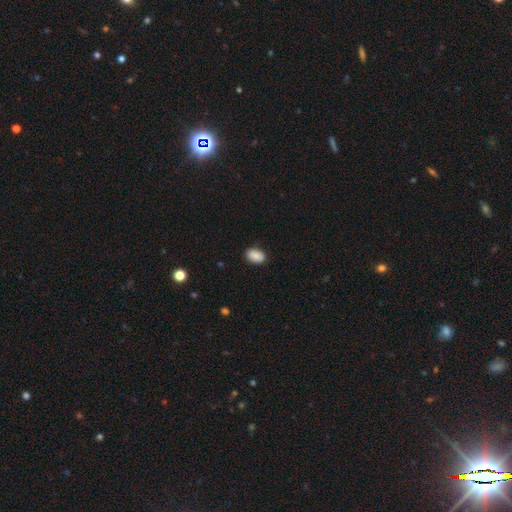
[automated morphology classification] Overall: smooth (88%). How rounded: in between (85%). Merging: none (86%).